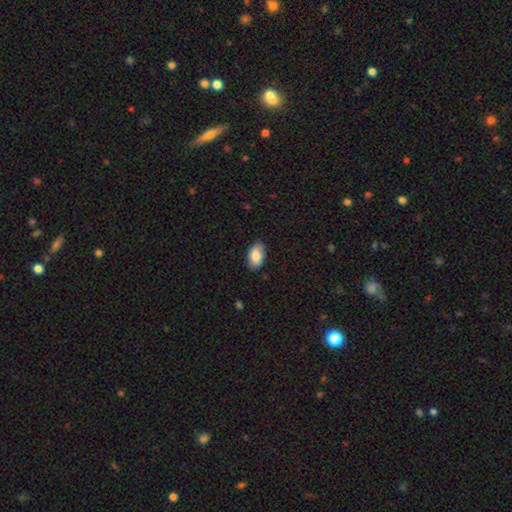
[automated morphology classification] A smooth galaxy with no disk features (86%) that is in between round and cigar-shaped (94%).

Vote fractions:
- Smooth or featured? smooth: 86% / featured or disk: 8% / star or artifact: 6%
- How rounded? in between: 94% / round: 4% / cigar-shaped: 2%
- Merging? none: 86% / minor disturbance: 11% / major disturbance: 2% / merger: 1%